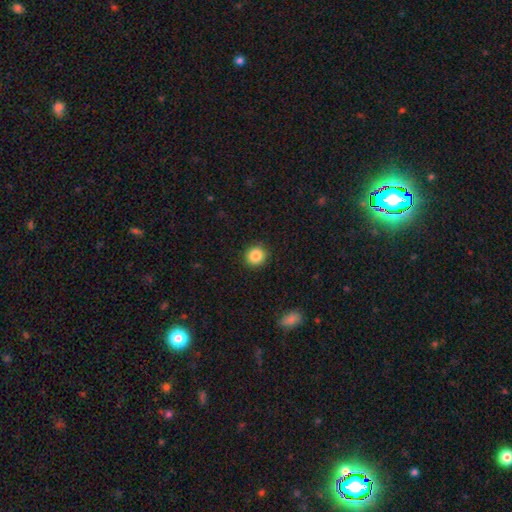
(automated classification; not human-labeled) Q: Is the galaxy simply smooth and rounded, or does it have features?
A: smooth — 87%.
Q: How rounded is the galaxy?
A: round — 90%.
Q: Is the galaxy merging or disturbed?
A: none — 91%.